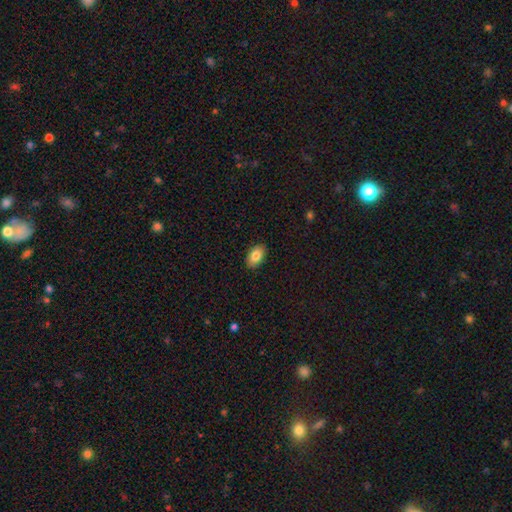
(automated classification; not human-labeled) smooth 83%, featured or disk 9%, star or artifact 7%. Down the decision tree: how rounded — in between (92%); merging — none (89%).